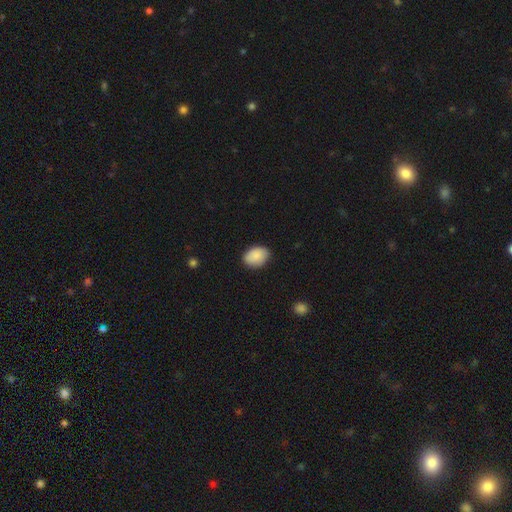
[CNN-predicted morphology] smooth-or-featured: smooth: 88% | star or artifact: 6% | featured or disk: 5%
  how-rounded: in between: 79% | round: 20% | cigar-shaped: 1%
  merging: none: 84% | minor disturbance: 13% | major disturbance: 2% | merger: 1%